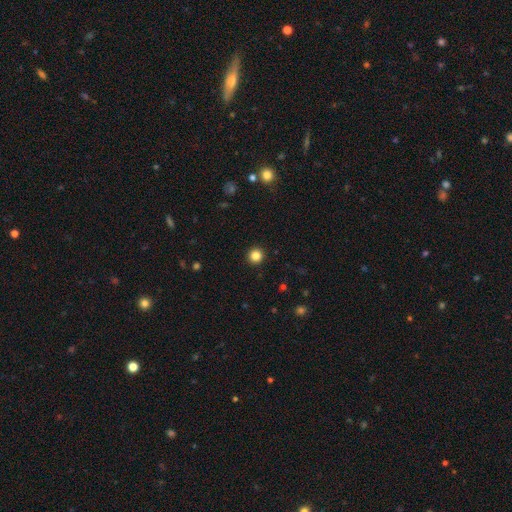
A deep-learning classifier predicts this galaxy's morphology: A smooth galaxy with no disk features (84%) that is round (96%). Merging: none (93%).